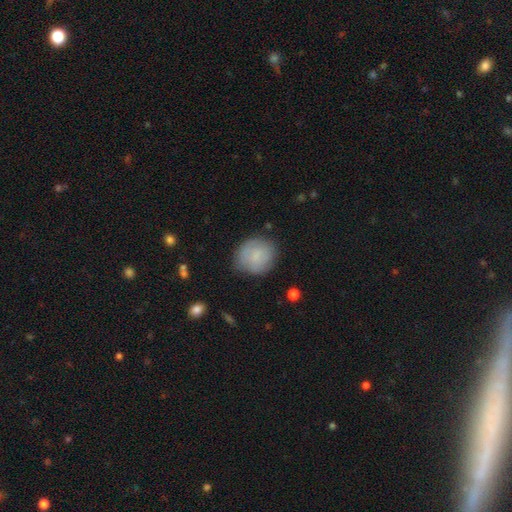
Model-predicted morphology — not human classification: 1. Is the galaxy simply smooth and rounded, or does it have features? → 76% smooth, 16% featured or disk, 7% star or artifact.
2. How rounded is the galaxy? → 69% round, 30% in between, 1% cigar-shaped.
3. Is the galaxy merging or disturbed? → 73% none, 20% minor disturbance, 5% major disturbance, 2% merger.